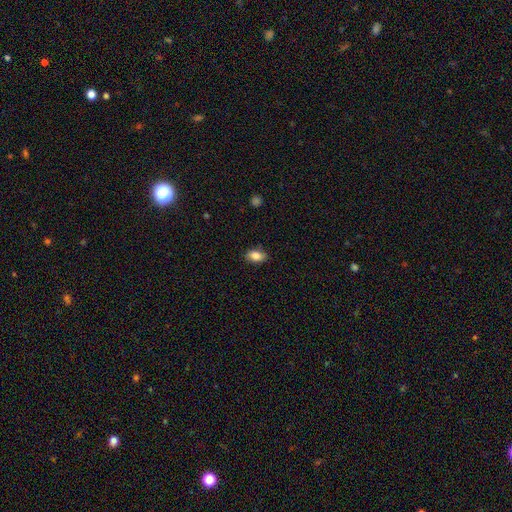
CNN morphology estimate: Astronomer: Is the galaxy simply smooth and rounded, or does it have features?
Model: smooth — 84%.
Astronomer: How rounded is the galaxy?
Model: in between — 89%.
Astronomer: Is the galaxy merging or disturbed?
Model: none — 86%.